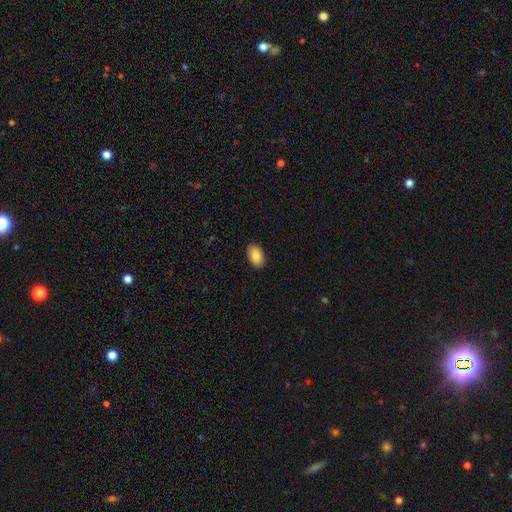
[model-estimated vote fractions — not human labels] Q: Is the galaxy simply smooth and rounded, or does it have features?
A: smooth — 85%.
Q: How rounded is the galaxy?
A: in between — 92%.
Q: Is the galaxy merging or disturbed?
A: none — 89%.